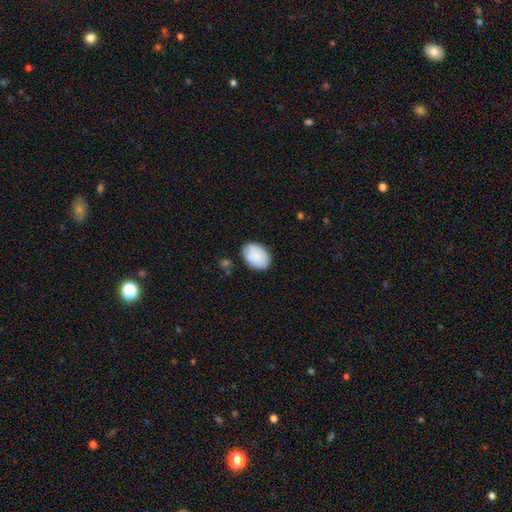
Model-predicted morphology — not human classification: A smooth galaxy with no disk features (86%) that is in between round and cigar-shaped (86%).

Vote fractions:
- Smooth or featured? smooth: 86% / featured or disk: 8% / star or artifact: 6%
- How rounded? in between: 86% / round: 13% / cigar-shaped: 1%
- Merging? none: 83% / minor disturbance: 13% / major disturbance: 3% / merger: 2%